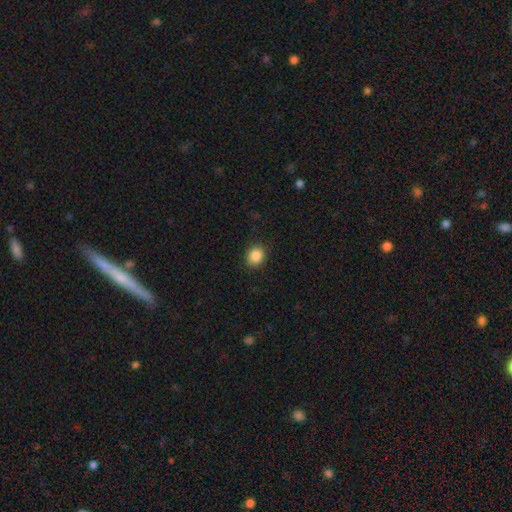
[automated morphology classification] Smooth or featured?
  - smooth: 86% *
  - star or artifact: 10%
  - featured or disk: 4%
How rounded?
  - round: 68% *
  - in between: 32%
  - cigar-shaped: 1%
Merging?
  - none: 88% *
  - minor disturbance: 8%
  - major disturbance: 2%
  - merger: 1%